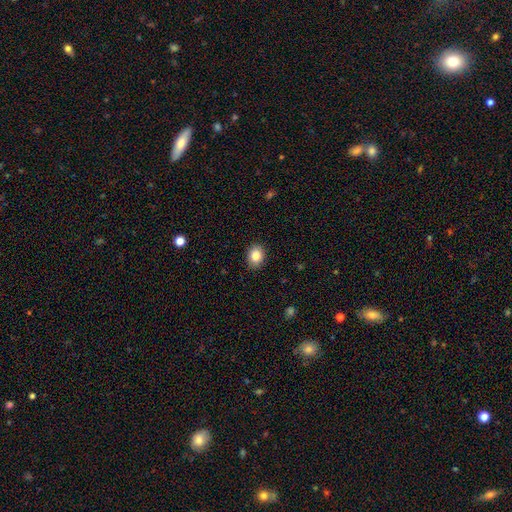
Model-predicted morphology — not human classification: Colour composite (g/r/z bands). It shows a smooth galaxy with no disk features (86%) that is in between round and cigar-shaped (53%). Merging: none (89%).